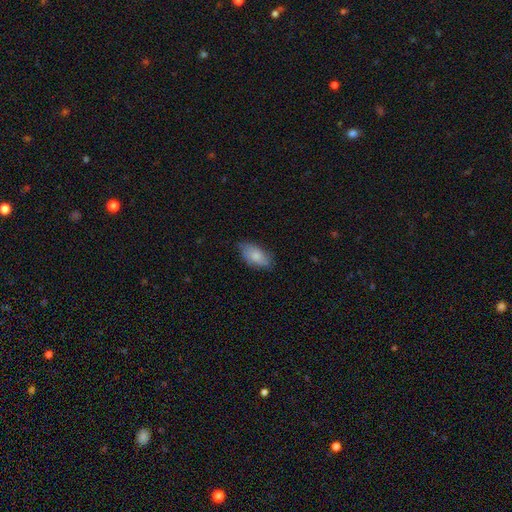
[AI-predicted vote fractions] smooth_or_featured: smooth (p=0.77) [alt: featured or disk p=0.16]
how_rounded: in between (p=0.92) [alt: cigar-shaped p=0.05]
merging: none (p=0.71) [alt: minor disturbance p=0.24]